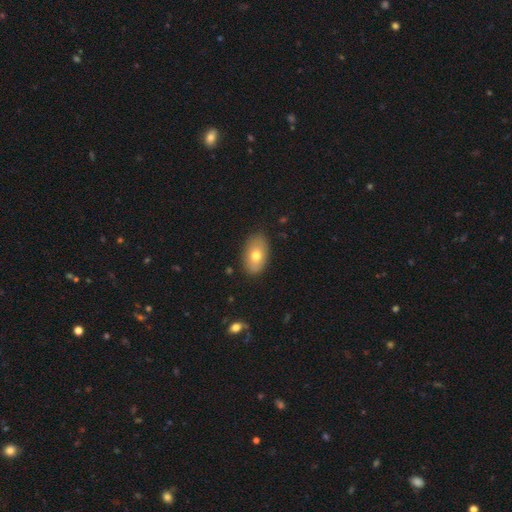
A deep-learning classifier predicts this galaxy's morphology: smooth 73%, featured or disk 20%, star or artifact 8%. Down the decision tree: how rounded — in between (90%); merging — none (84%).